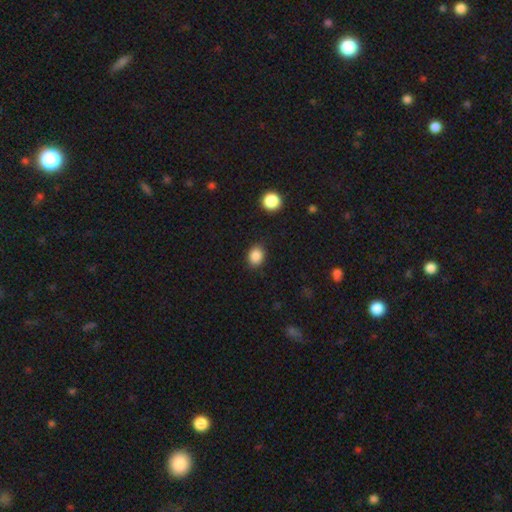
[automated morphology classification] A smooth galaxy with no disk features (87%) that is round (52%). Merging: none (85%).